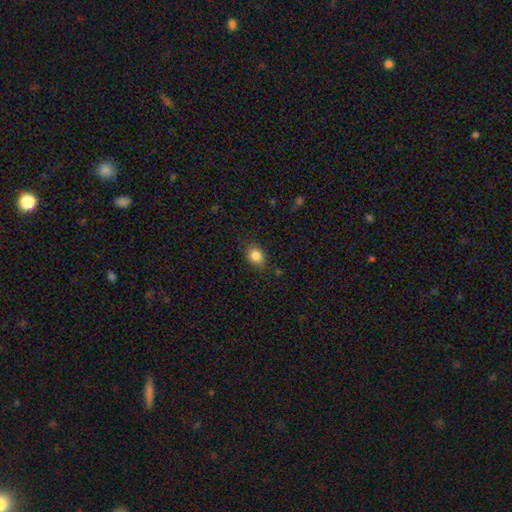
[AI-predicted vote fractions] This is clearly a smooth galaxy (84%). How rounded: possibly in between (58%). Merging: likely none (78%).